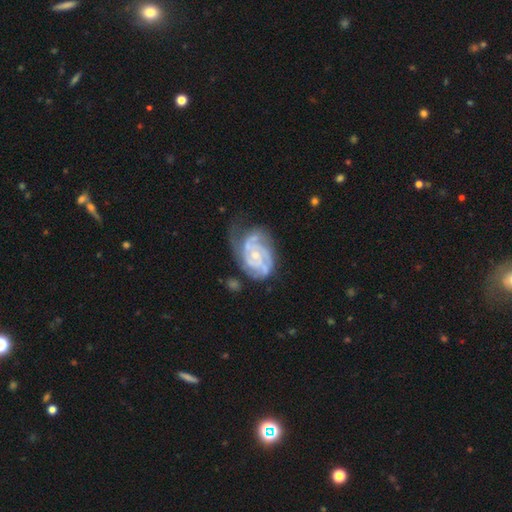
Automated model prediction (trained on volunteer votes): Smooth or featured?
  - featured or disk: 89% *
  - smooth: 6%
  - star or artifact: 5%
Edge-on disk?
  - no: 98% *
  - yes: 2%
Bar?
  - no: 66% *
  - weak: 28%
  - strong: 7%
Spiral arms?
  - yes: 97% *
  - no: 3%
Spiral winding?
  - tight: 62% *
  - medium: 32%
  - loose: 5%
Spiral arm count?
  - 3: 41% *
  - 2: 22%
  - can't tell: 15%
  - 4: 12%
  - 1: 5%
  - more than 4: 5%
Bulge size?
  - small: 61% *
  - moderate: 34%
  - none: 3%
  - large: 1%
  - dominant: 1%
Merging?
  - none: 53% *
  - minor disturbance: 27%
  - major disturbance: 17%
  - merger: 3%